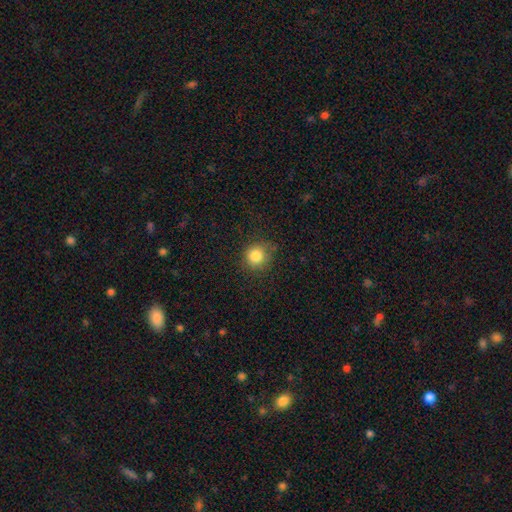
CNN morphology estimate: The model was most divided on "merging": none: 76%, minor disturbance: 18%, major disturbance: 5%, merger: 1%. More confident: how rounded — round (89%); smooth or featured — smooth (83%).